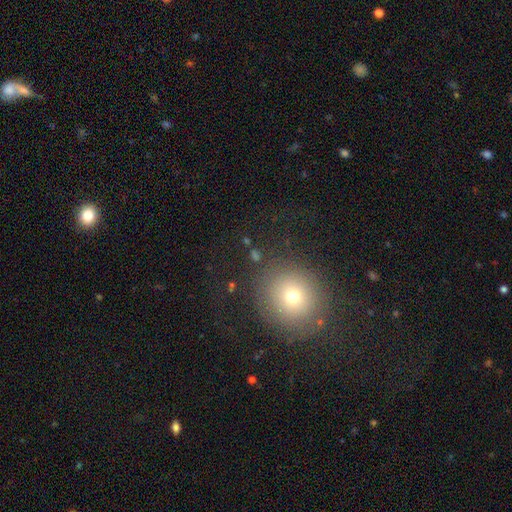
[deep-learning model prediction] smooth 64%, star or artifact 22%, featured or disk 14%. Down the decision tree: how rounded — round (85%); merging — none (79%).